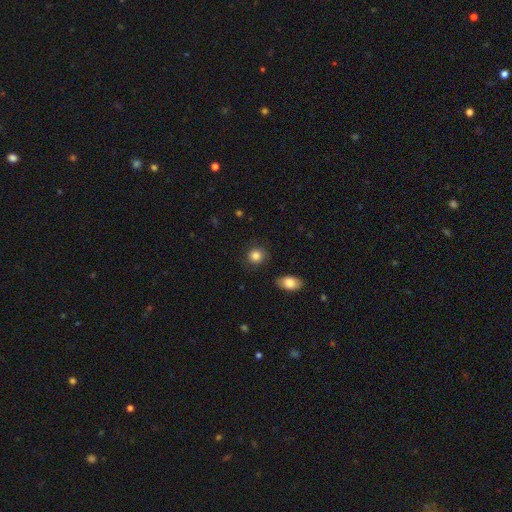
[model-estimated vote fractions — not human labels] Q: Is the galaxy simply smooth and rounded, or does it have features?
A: smooth — 86%.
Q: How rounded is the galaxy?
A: round — 86%.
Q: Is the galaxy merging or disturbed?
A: none — 87%.